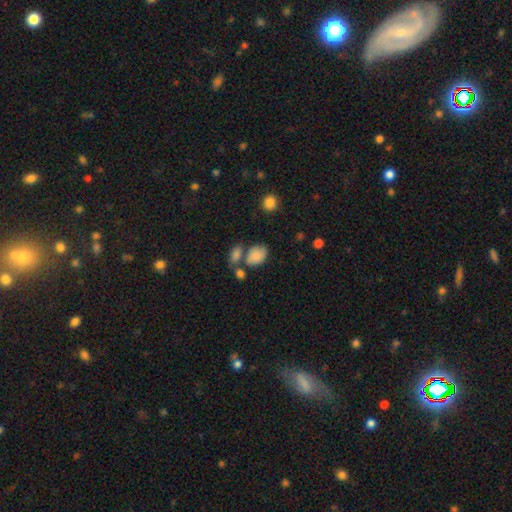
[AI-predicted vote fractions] A smooth galaxy with no disk features (82%) that is in between round and cigar-shaped (79%).

Vote fractions:
- Smooth or featured? smooth: 82% / featured or disk: 9% / star or artifact: 9%
- How rounded? in between: 79% / round: 20% / cigar-shaped: 1%
- Merging? none: 49% / merger: 27% / minor disturbance: 17% / major disturbance: 7%